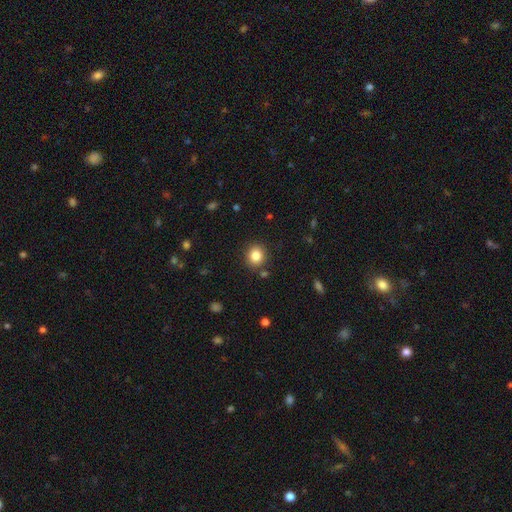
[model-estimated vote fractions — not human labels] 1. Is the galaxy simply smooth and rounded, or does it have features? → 84% smooth, 11% star or artifact, 6% featured or disk.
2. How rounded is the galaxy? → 83% round, 16% in between, 1% cigar-shaped.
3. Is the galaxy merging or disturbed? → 87% none, 8% minor disturbance, 3% merger, 3% major disturbance.